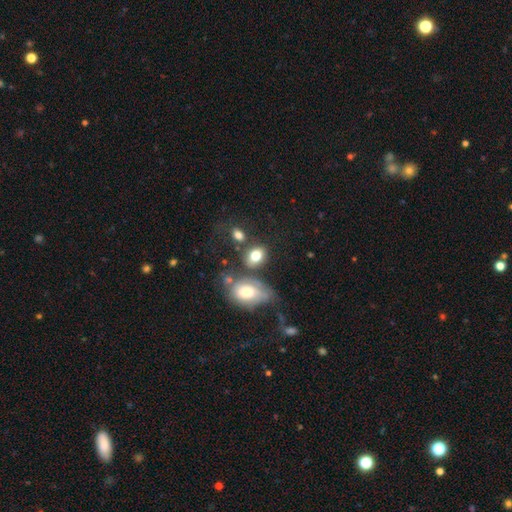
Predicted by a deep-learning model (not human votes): Smooth or featured: smooth — 77% (featured or disk — 12%)
How rounded: in between — 65% (round — 33%)
Merging: none — 57% (merger — 19%)